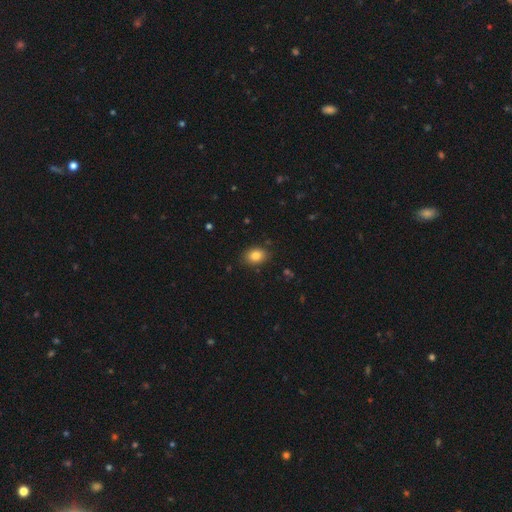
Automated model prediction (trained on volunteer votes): This appears to be a smooth galaxy with no disk features (83%) that is in between round and cigar-shaped (72%). Merging: none (87%).